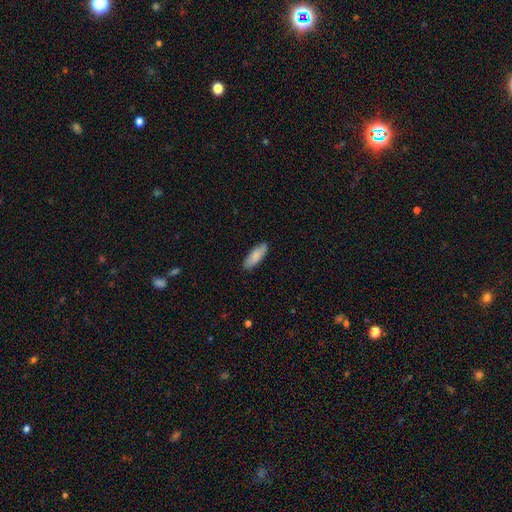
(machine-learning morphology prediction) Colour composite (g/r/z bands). It shows a smooth galaxy with no disk features (86%) that is in between round and cigar-shaped (62%). Merging: none (88%).